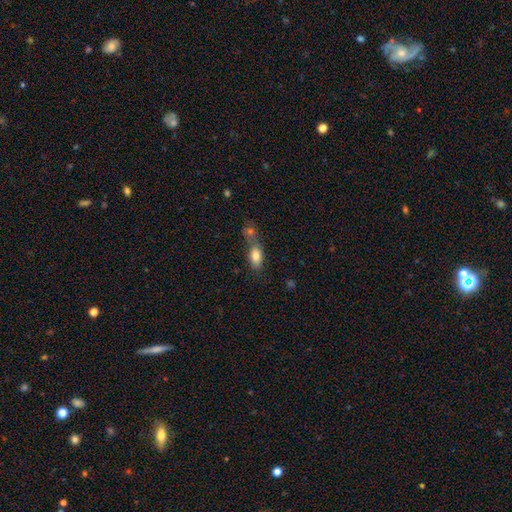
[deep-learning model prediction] A smooth galaxy with no disk features (80%) that is in between round and cigar-shaped (86%).

Vote fractions:
- Smooth or featured? smooth: 80% / featured or disk: 12% / star or artifact: 8%
- How rounded? in between: 86% / cigar-shaped: 8% / round: 7%
- Merging? merger: 44% / none: 37% / minor disturbance: 13% / major disturbance: 6%